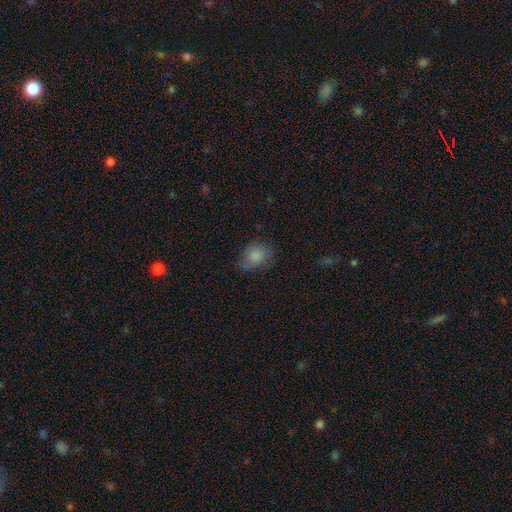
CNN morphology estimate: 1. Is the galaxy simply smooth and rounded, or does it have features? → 82% smooth, 9% star or artifact, 9% featured or disk.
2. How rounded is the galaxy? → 50% in between, 48% round, 1% cigar-shaped.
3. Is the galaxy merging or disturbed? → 62% none, 27% minor disturbance, 9% major disturbance, 2% merger.